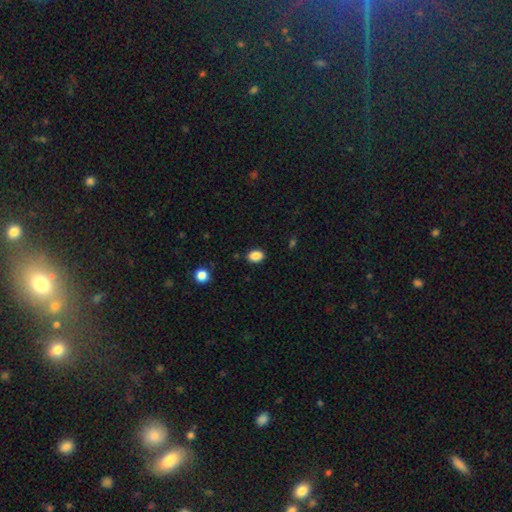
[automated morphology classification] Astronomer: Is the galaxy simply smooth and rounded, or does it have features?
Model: smooth — 87%.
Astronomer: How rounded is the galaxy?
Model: in between — 76%.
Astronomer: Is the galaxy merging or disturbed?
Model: none — 87%.